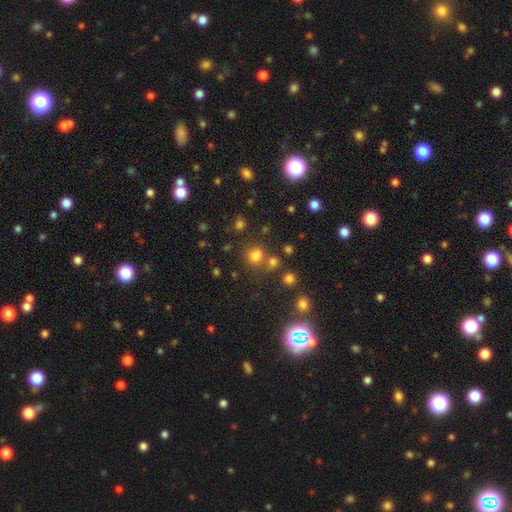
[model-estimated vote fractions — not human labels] smooth_or_featured: smooth (p=0.72) [alt: star or artifact p=0.21]
how_rounded: round (p=0.73) [alt: in between p=0.26]
merging: none (p=0.63) [alt: merger p=0.20]